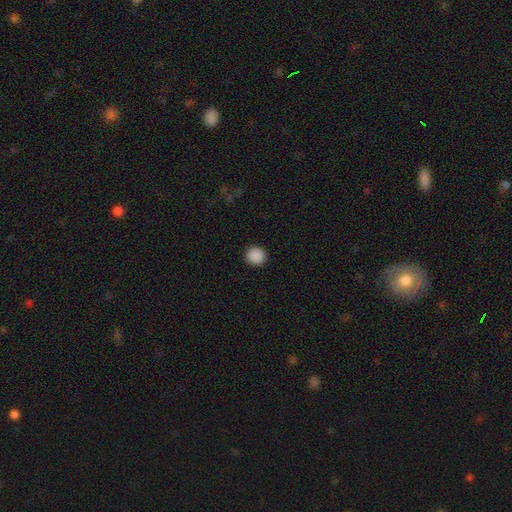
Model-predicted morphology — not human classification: A smooth galaxy with no disk features (89%) that is round (93%). Merging: none (93%).